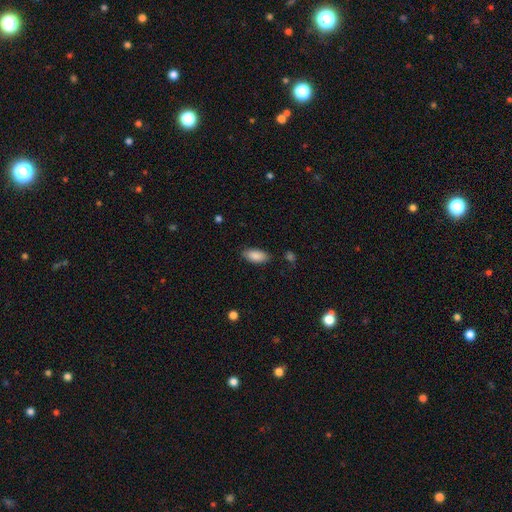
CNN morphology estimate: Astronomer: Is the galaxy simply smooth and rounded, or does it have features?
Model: smooth — 89%.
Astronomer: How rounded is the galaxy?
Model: in between — 89%.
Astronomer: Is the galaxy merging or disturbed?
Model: none — 84%.